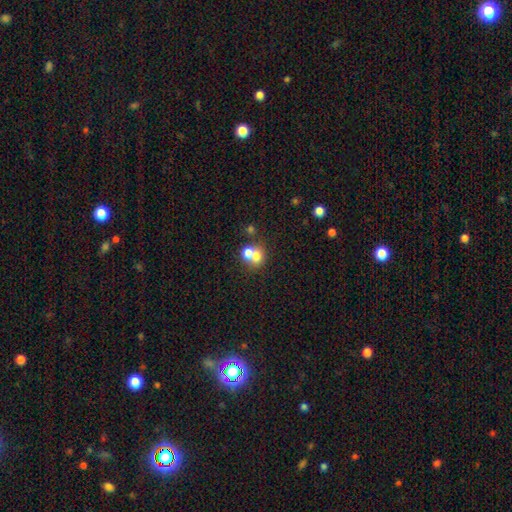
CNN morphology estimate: A smooth galaxy with no disk features (69%) that is round (72%).

Vote fractions:
- Smooth or featured? smooth: 69% / featured or disk: 18% / star or artifact: 12%
- How rounded? round: 72% / in between: 27% / cigar-shaped: 1%
- Merging? merger: 57% / none: 33% / minor disturbance: 6% / major disturbance: 3%